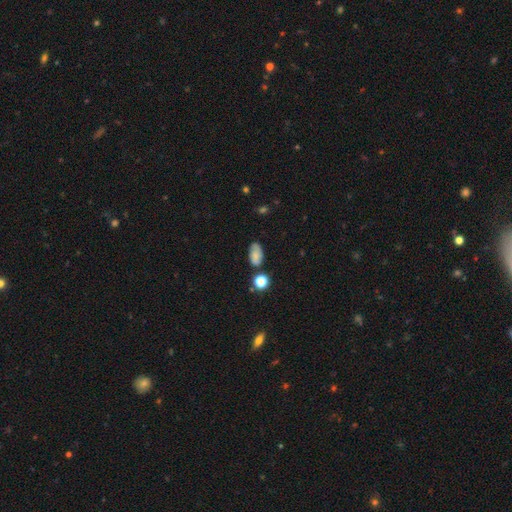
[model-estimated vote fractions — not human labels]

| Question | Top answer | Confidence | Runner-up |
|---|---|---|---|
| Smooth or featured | smooth | 67% | featured or disk (22%) |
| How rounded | in between | 89% | round (9%) |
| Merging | none | 68% | minor disturbance (21%) |